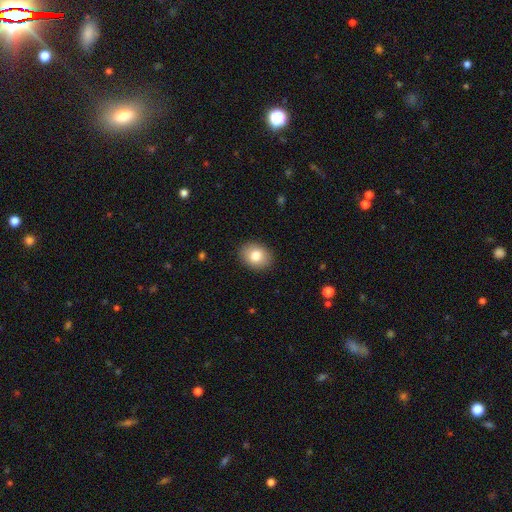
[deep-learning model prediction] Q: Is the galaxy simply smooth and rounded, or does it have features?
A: smooth — 81%.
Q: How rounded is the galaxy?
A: in between — 60%.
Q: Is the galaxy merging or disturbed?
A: none — 89%.